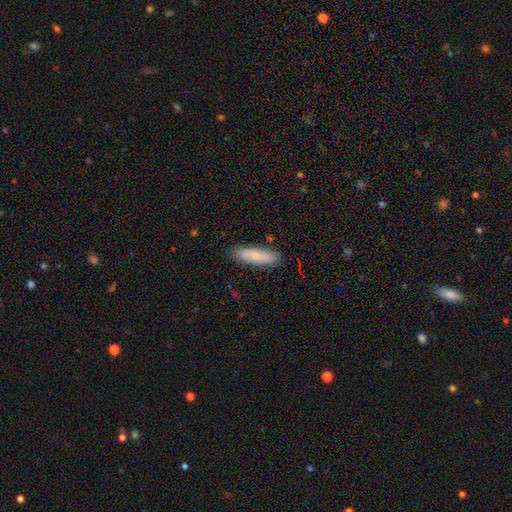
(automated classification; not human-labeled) Q: Smooth or featured?
A: smooth (76%); runner-up: featured or disk (18%)
Q: How rounded?
A: cigar-shaped (67%); runner-up: in between (31%)
Q: Merging?
A: none (86%); runner-up: minor disturbance (11%)